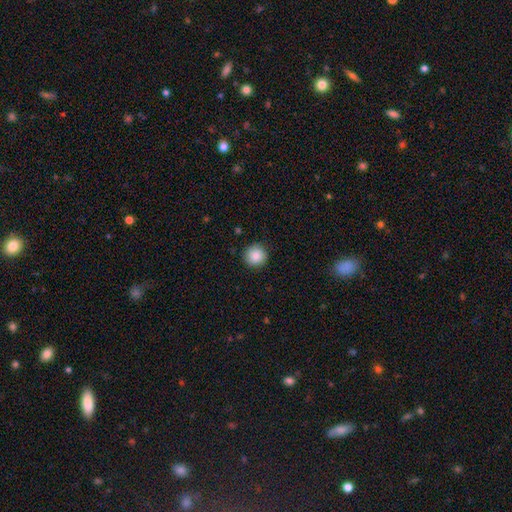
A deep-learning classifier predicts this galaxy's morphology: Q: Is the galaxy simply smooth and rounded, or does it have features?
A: smooth — 87%.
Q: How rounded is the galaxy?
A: round — 94%.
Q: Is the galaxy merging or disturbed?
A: none — 90%.